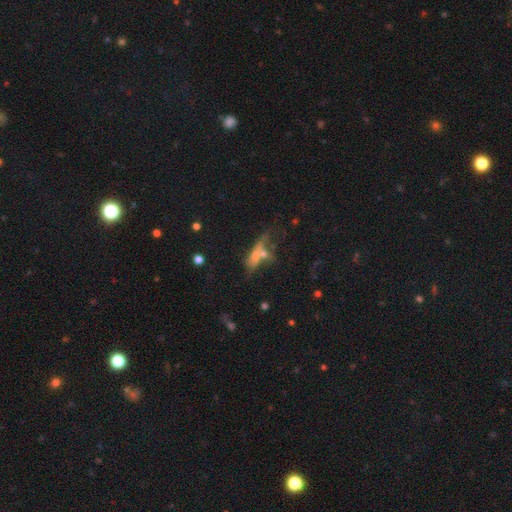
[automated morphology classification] This appears to be a smooth galaxy with no disk features (51%) that is in between round and cigar-shaped (46%, tied with cigar-shaped). Merging: merger (38%).